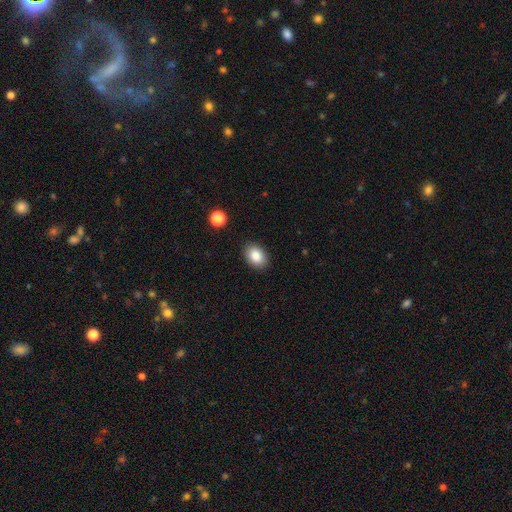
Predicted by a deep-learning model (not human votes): This is clearly a smooth galaxy (86%). How rounded: clearly in between (80%). Merging: clearly none (88%).